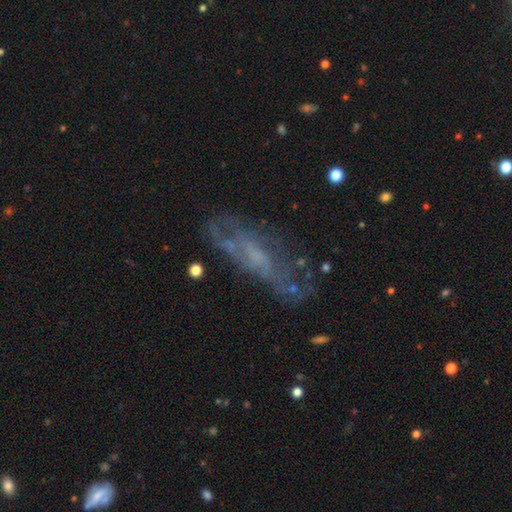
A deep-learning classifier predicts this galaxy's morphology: A featured or disk galaxy (61%).

Vote fractions:
- Smooth or featured? featured or disk: 61% / smooth: 27% / star or artifact: 12%
- Edge-on disk? no: 77% / yes: 23%
- Merging? none: 55% / minor disturbance: 22% / major disturbance: 19% / merger: 4%